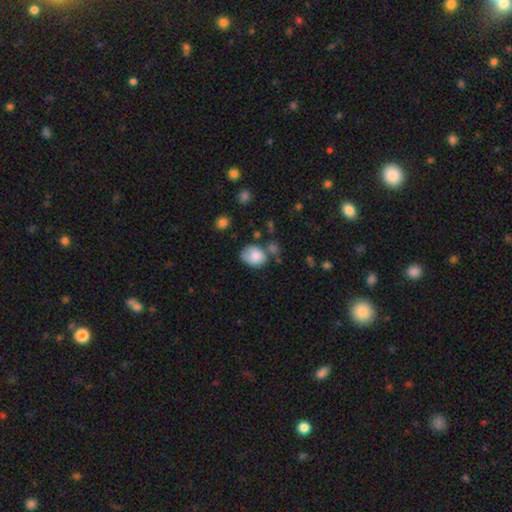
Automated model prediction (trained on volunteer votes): The model was most divided on "how rounded": in between: 56%, round: 44%, cigar-shaped: 1%. Remaining: smooth or featured — smooth (81%); merging — none (47%).